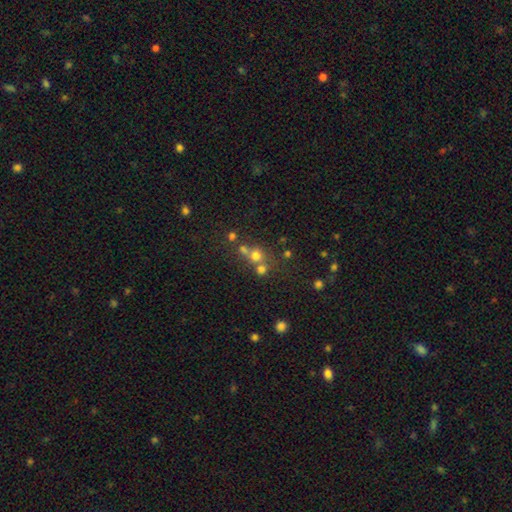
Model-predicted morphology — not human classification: Overall: smooth (64%). How rounded: round (86%). Merging: none (49%; merger 39%).